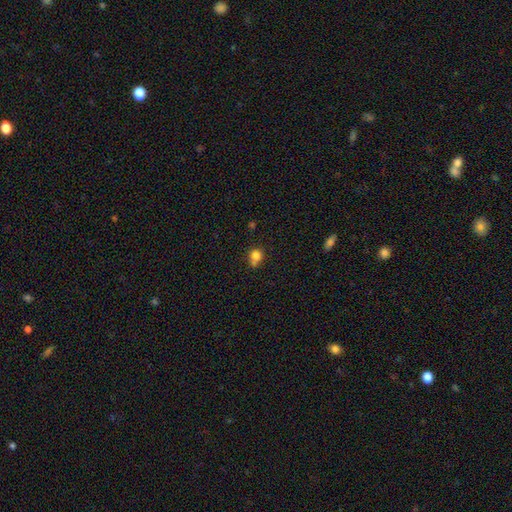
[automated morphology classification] Smooth or featured? Predicted: smooth (p=0.79). How rounded? Predicted: round (p=0.79). Merging? Predicted: none (p=0.48).